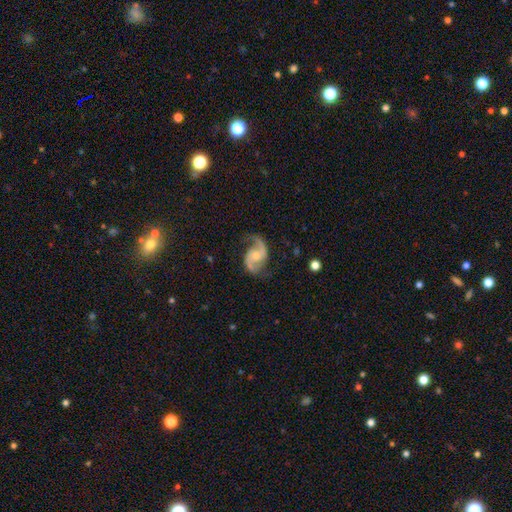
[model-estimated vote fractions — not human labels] A featured or disk galaxy (91%) with no bar (56%), 2 (93%) medium (49%) spiral arms (98%) and a moderate central bulge (46%, tied with small). Merging: none (76%).